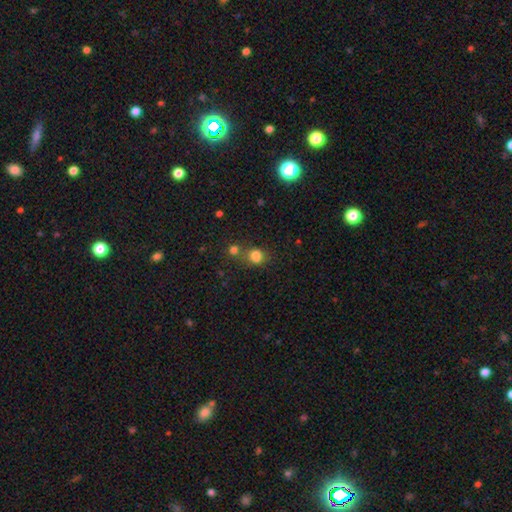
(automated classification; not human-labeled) smooth_or_featured: smooth (p=0.76) [alt: star or artifact p=0.16]
how_rounded: round (p=0.55) [alt: in between p=0.44]
merging: none (p=0.47) [alt: merger p=0.33]